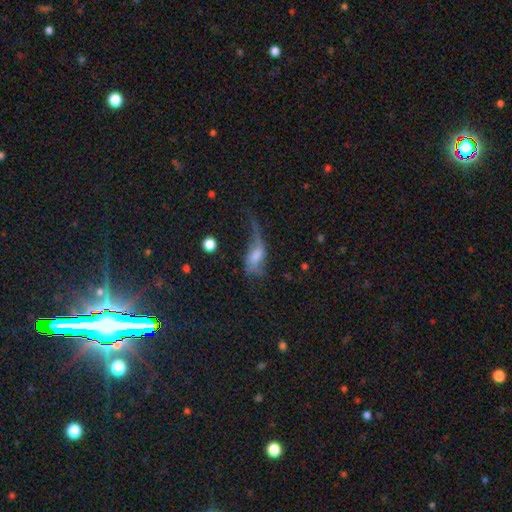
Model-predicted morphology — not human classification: A featured or disk galaxy (53%).

Vote fractions:
- Smooth or featured? featured or disk: 53% / smooth: 35% / star or artifact: 11%
- Edge-on disk? no: 84% / yes: 16%
- Merging? major disturbance: 51% / none: 24% / minor disturbance: 19% / merger: 6%